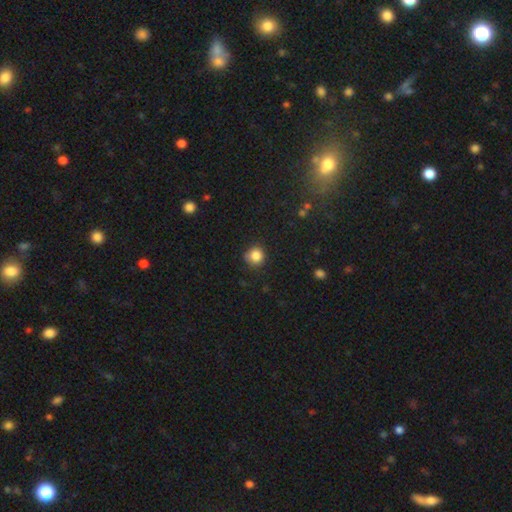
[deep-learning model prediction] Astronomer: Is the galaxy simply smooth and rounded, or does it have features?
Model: smooth — 85%.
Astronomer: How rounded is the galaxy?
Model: round — 90%.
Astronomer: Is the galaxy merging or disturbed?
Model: none — 78%.